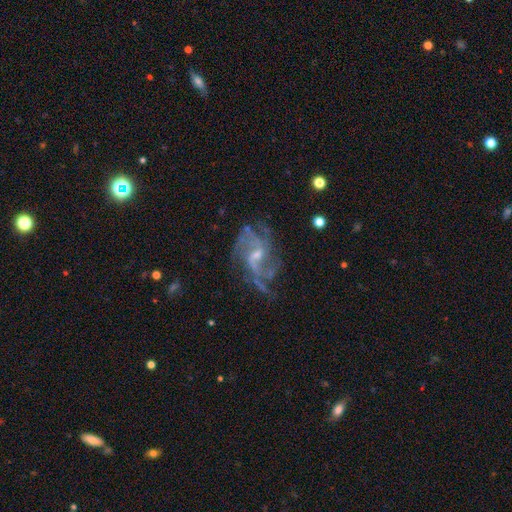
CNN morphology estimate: Overall: featured or disk (85%). Edge-on disk: no (97%). Bar: weak (52%; no 35%). Spiral arms: yes (93%). Spiral arm count: 2 (27%; can't tell 25%). Spiral winding: medium (43%; loose 39%). Bulge size: small (56%; moderate 36%). Merging: none (59%).